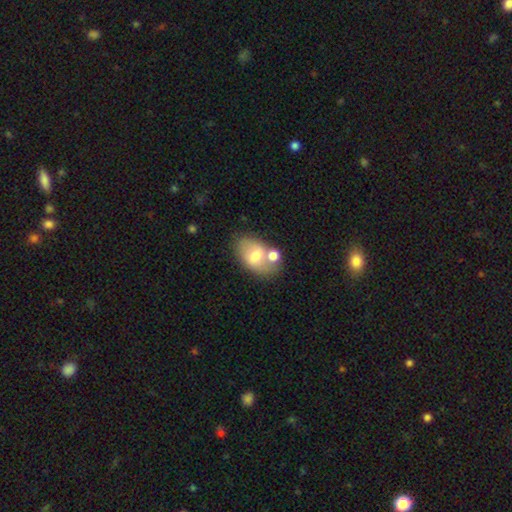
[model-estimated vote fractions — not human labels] A smooth galaxy with no disk features (62%) that is in between round and cigar-shaped (86%).

Vote fractions:
- Smooth or featured? smooth: 62% / featured or disk: 30% / star or artifact: 8%
- How rounded? in between: 86% / round: 13% / cigar-shaped: 2%
- Merging? none: 48% / merger: 30% / minor disturbance: 16% / major disturbance: 6%